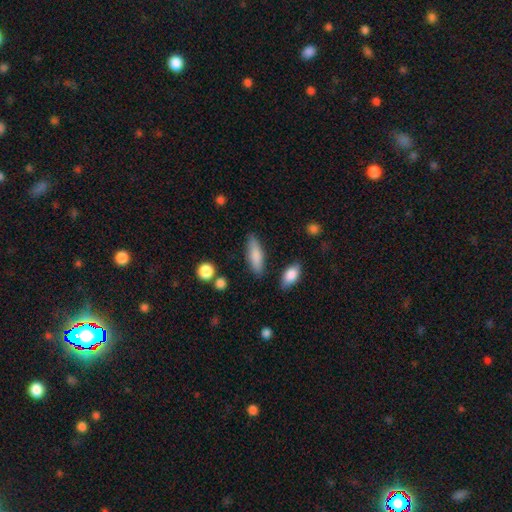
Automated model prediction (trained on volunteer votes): A smooth galaxy with no disk features (80%) that is in between round and cigar-shaped (52%).

Vote fractions:
- Smooth or featured? smooth: 80% / featured or disk: 14% / star or artifact: 7%
- How rounded? in between: 52% / cigar-shaped: 45% / round: 3%
- Merging? none: 80% / minor disturbance: 13% / merger: 4% / major disturbance: 3%